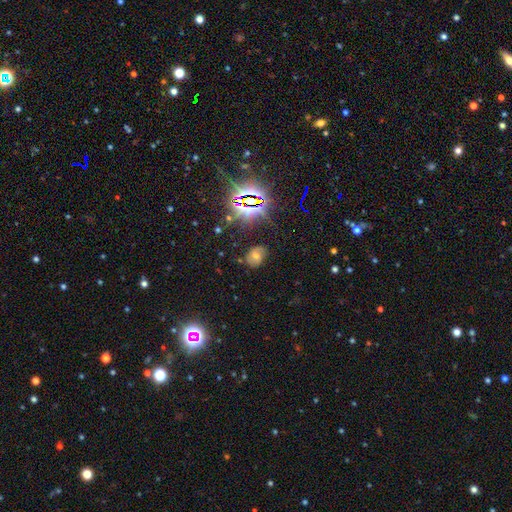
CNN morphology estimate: smooth-or-featured: star or artifact: 44% | featured or disk: 31% | smooth: 26%